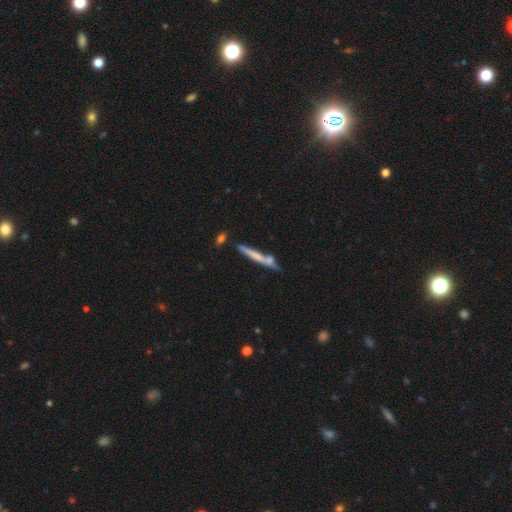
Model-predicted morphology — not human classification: Smooth or featured? smooth (53%)
How rounded? cigar-shaped (94%)
Merging? none (62%)